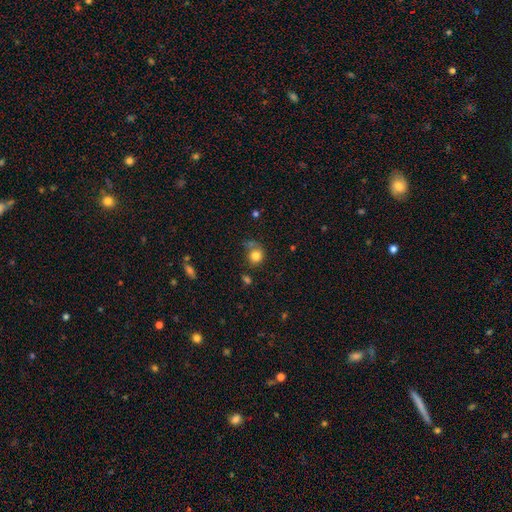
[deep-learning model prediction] Smooth or featured? Predicted: smooth (p=0.81). How rounded? Predicted: round (p=0.82). Merging? Predicted: none (p=0.57).